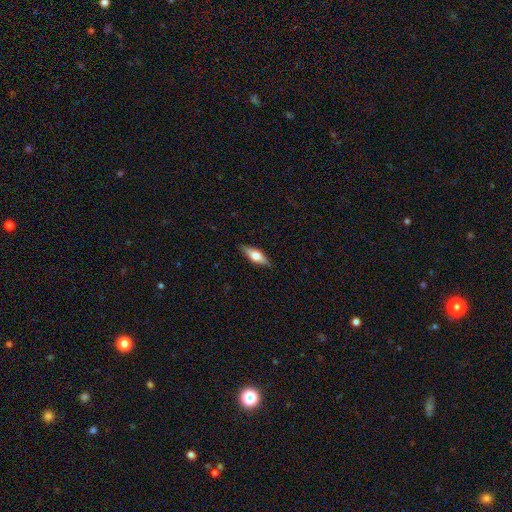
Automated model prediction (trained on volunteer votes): Smooth or featured? smooth (49%)
Merging? none (87%)